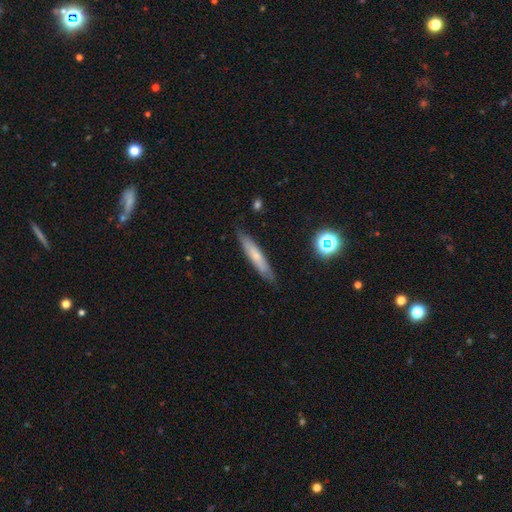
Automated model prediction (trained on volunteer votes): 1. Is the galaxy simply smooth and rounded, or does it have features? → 59% smooth, 33% featured or disk, 8% star or artifact.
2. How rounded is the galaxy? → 90% cigar-shaped, 9% in between, 2% round.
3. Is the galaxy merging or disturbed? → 84% none, 12% minor disturbance, 2% major disturbance, 1% merger.